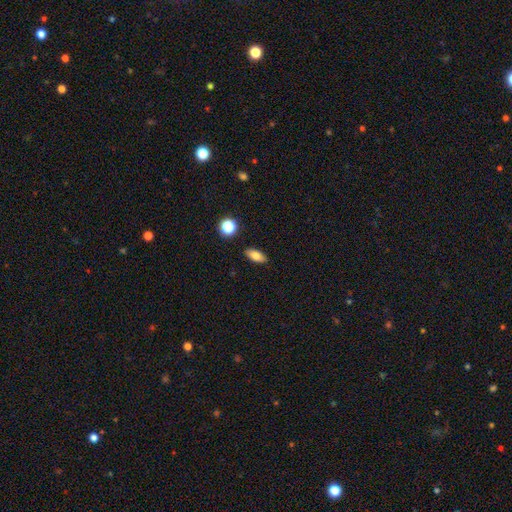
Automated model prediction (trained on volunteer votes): smooth_or_featured: smooth (p=0.79) [alt: featured or disk p=0.11]
how_rounded: in between (p=0.85) [alt: cigar-shaped p=0.10]
merging: none (p=0.88) [alt: minor disturbance p=0.08]